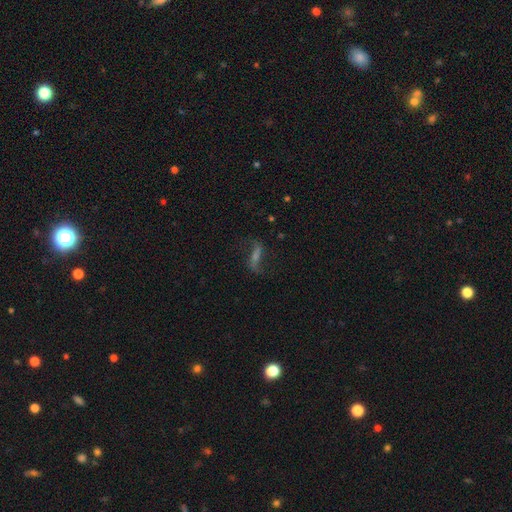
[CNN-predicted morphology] A featured or disk galaxy (63%). Merging: none (71%).